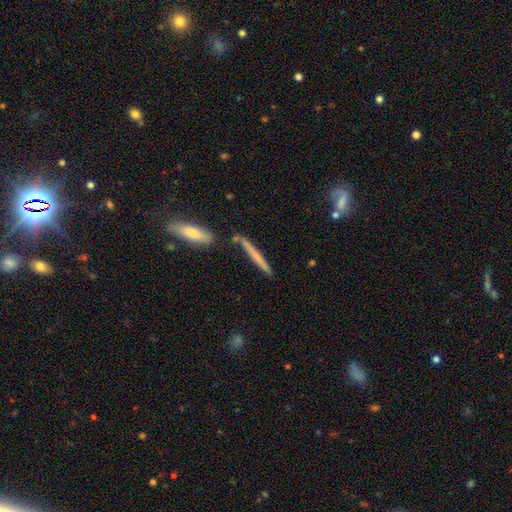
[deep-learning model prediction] Q: Smooth or featured?
A: smooth (55%); runner-up: featured or disk (38%)
Q: How rounded?
A: cigar-shaped (95%); runner-up: in between (3%)
Q: Merging?
A: none (79%); runner-up: minor disturbance (11%)